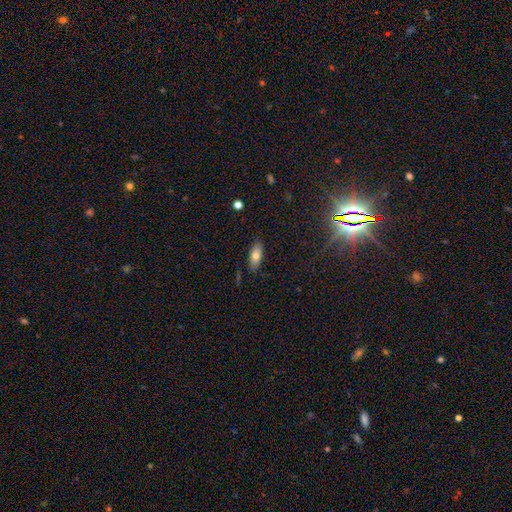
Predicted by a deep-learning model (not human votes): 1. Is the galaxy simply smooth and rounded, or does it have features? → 72% smooth, 20% featured or disk, 8% star or artifact.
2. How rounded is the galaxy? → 82% in between, 15% cigar-shaped, 3% round.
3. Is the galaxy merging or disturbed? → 84% none, 12% minor disturbance, 2% major disturbance, 1% merger.